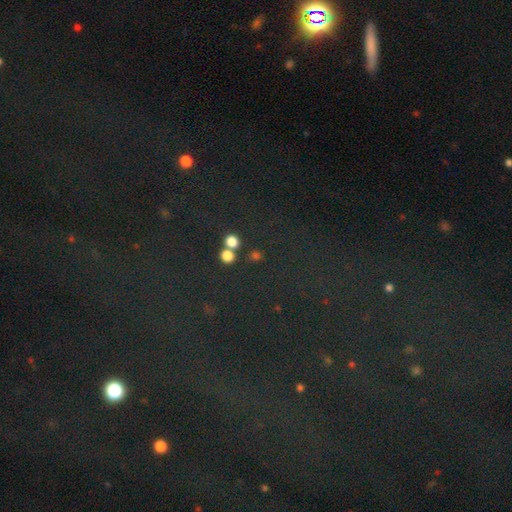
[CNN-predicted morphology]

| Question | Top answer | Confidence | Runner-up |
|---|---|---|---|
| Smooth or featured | star or artifact | 50% | smooth (42%) |